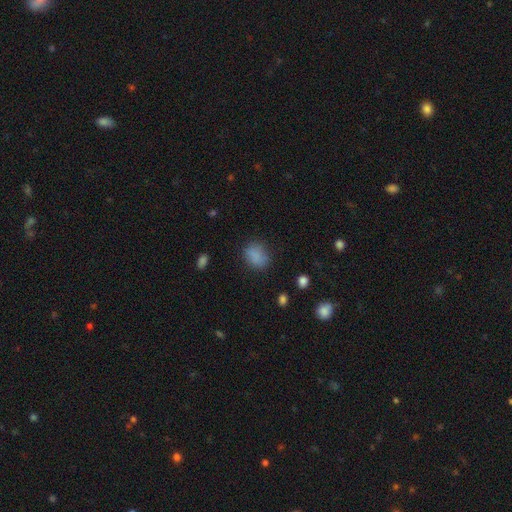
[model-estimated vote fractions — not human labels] Smooth or featured? Predicted: smooth (p=0.83). How rounded? Predicted: in between (p=0.55). Merging? Predicted: none (p=0.76).